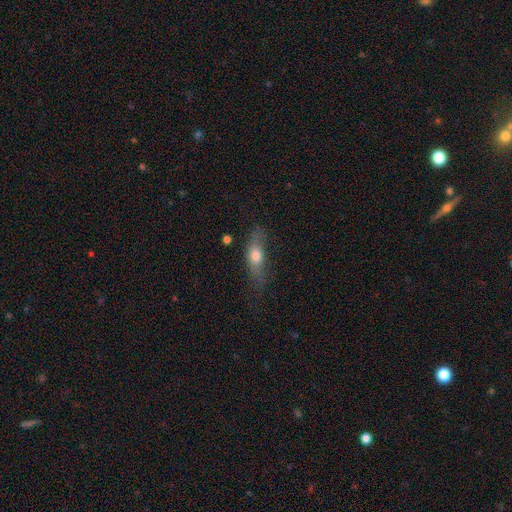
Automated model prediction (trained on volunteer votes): Smooth or featured?
  - smooth: 61% *
  - featured or disk: 31%
  - star or artifact: 8%
How rounded?
  - in between: 52% *
  - cigar-shaped: 43%
  - round: 5%
Merging?
  - none: 57% *
  - minor disturbance: 27%
  - major disturbance: 13%
  - merger: 3%